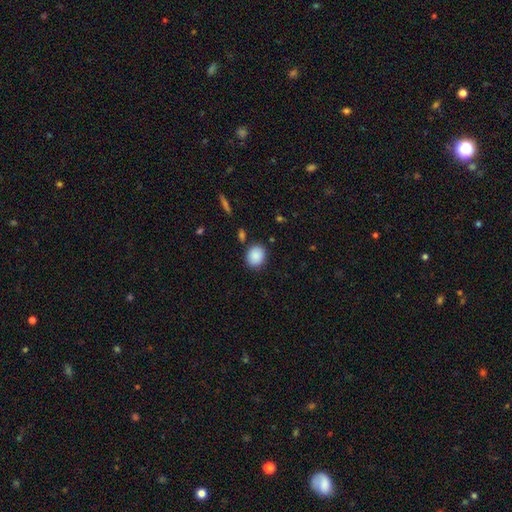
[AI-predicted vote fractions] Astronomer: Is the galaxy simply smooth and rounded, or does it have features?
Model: smooth — 89%.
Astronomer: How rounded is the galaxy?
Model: round — 58% (runner-up: in between, 41%).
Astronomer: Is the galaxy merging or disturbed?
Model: none — 83%.